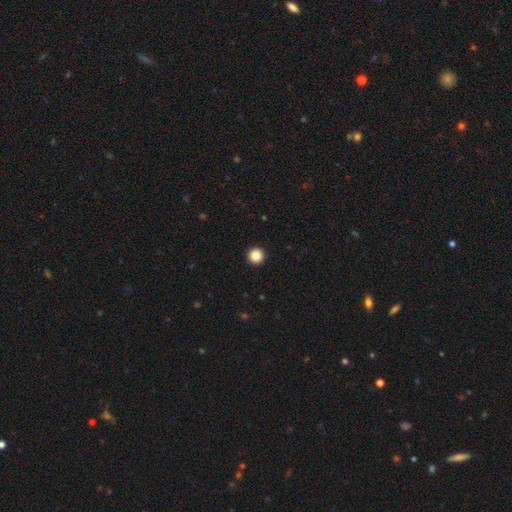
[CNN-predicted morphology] A smooth galaxy with no disk features (86%) that is round (97%).

Vote fractions:
- Smooth or featured? smooth: 86% / star or artifact: 11% / featured or disk: 4%
- How rounded? round: 97% / in between: 2% / cigar-shaped: 1%
- Merging? none: 95% / minor disturbance: 3% / major disturbance: 1% / merger: 1%